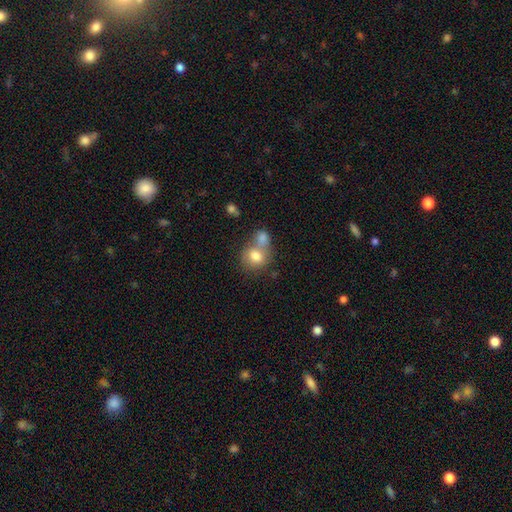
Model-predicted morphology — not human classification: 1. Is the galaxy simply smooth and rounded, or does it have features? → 78% smooth, 13% featured or disk, 9% star or artifact.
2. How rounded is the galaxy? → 67% round, 32% in between, 1% cigar-shaped.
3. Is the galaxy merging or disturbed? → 49% merger, 36% none, 10% minor disturbance, 4% major disturbance.